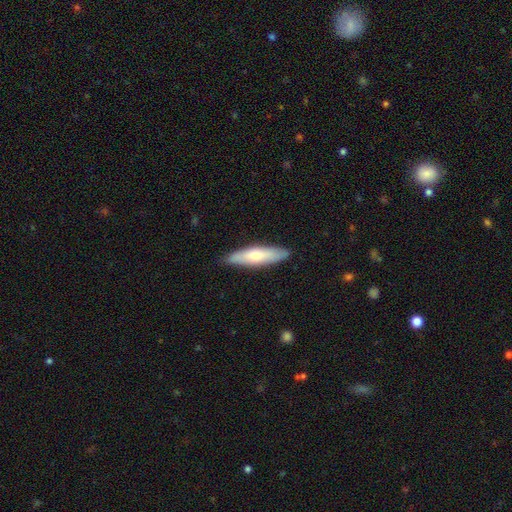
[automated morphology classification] type=smooth (59%); roundness=cigar-shaped (68%); merging=none (87%).